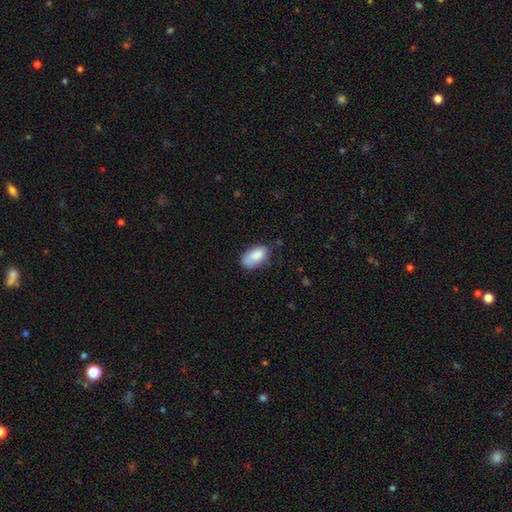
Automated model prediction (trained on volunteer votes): The model was most divided on "merging": none: 61%, minor disturbance: 28%, major disturbance: 7%, merger: 3%. More confident: how rounded — in between (93%); smooth or featured — smooth (85%).